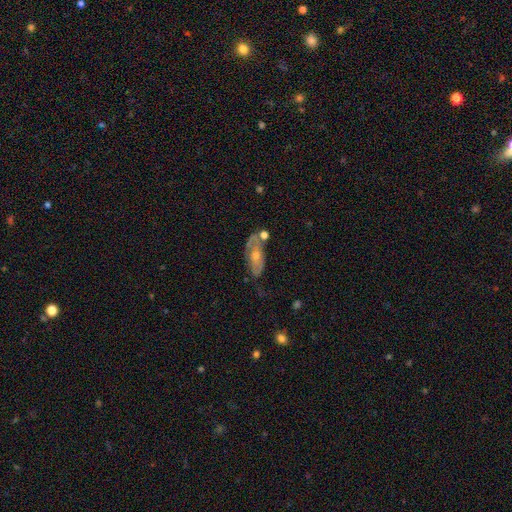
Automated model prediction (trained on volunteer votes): A featured or disk galaxy (62%) with no bar (79%), spiral arms (56%) and a moderate central bulge (55%). Merging: none (52%).